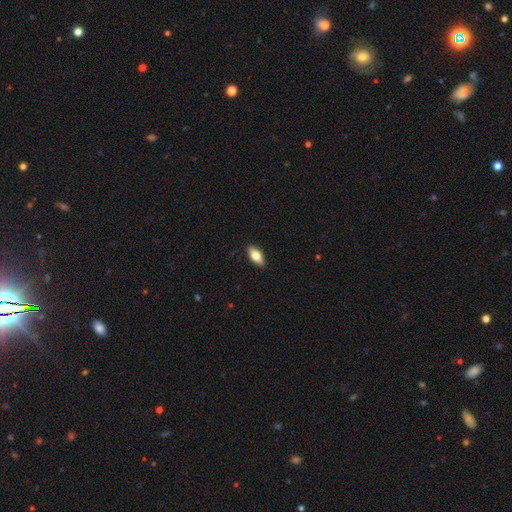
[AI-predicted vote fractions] smooth-or-featured: smooth: 74% | featured or disk: 20% | star or artifact: 6%
  how-rounded: in between: 86% | cigar-shaped: 11% | round: 3%
  merging: none: 90% | minor disturbance: 8% | major disturbance: 2% | merger: 1%